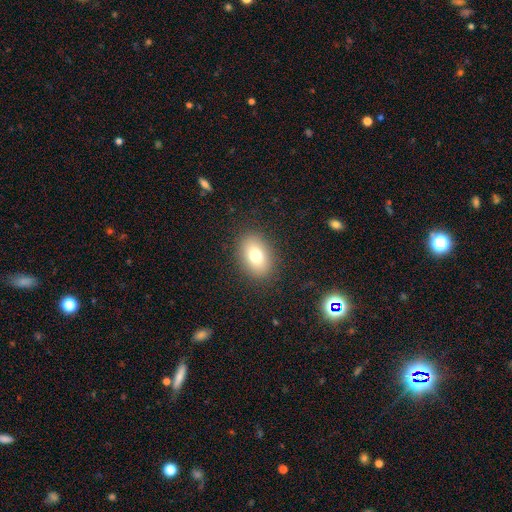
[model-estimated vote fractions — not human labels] smooth 75%, featured or disk 13%, star or artifact 11%. Down the decision tree: how rounded — in between (76%); merging — none (87%).